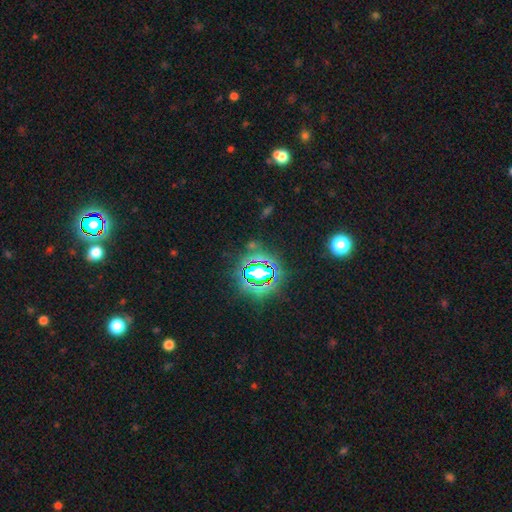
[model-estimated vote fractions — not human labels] Smooth or featured? star or artifact (82%)